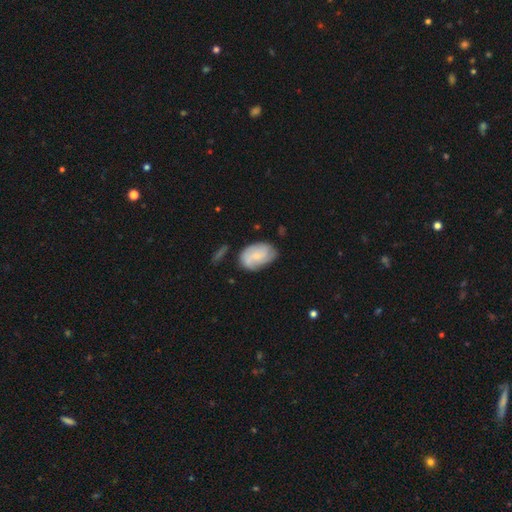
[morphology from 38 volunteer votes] type=featured or disk (61%); edge-on=no (96%); bar=no (73%); spiral arms=yes (86%); winding=medium (47%); arm count=can't tell (42%); bulge=small (68%); merging=none (83%).